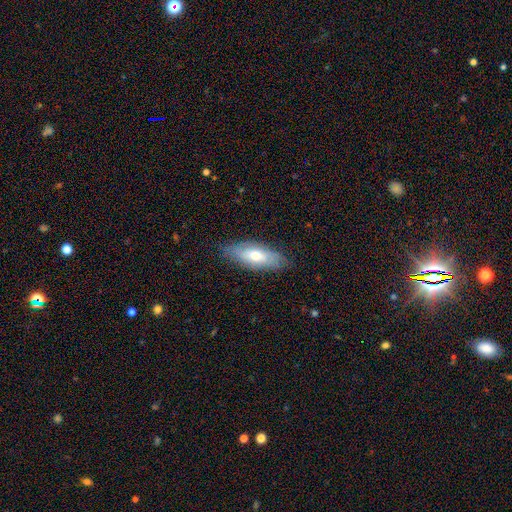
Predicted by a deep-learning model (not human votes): Smooth or featured?
  - smooth: 58% *
  - featured or disk: 36%
  - star or artifact: 6%
How rounded?
  - in between: 70% *
  - cigar-shaped: 28%
  - round: 2%
Merging?
  - none: 82% *
  - minor disturbance: 14%
  - major disturbance: 3%
  - merger: 1%